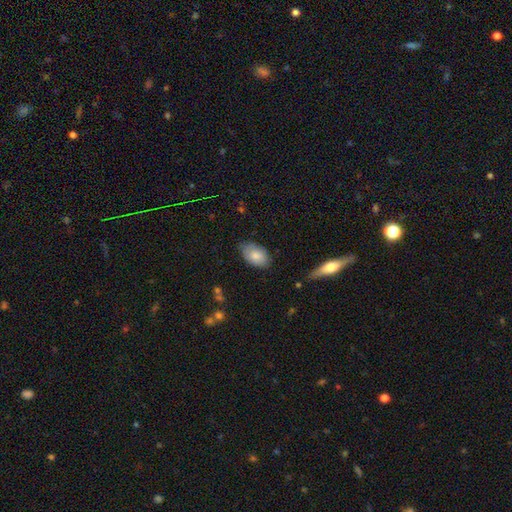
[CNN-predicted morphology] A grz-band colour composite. It shows a smooth galaxy with no disk features (78%) that is in between round and cigar-shaped (92%). Merging: none (71%).